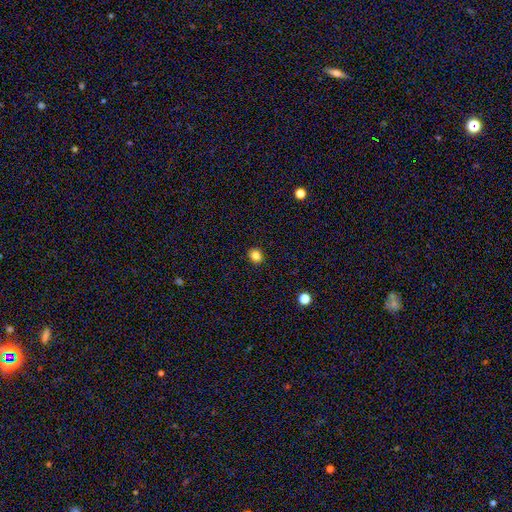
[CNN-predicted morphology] smooth 84%, star or artifact 12%, featured or disk 4%. Down the decision tree: how rounded — round (69%); merging — none (90%).